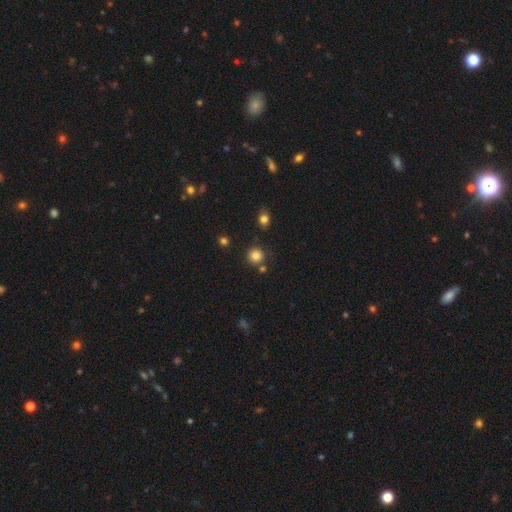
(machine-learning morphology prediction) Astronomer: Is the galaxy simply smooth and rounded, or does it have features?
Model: smooth — 83%.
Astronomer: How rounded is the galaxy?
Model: round — 92%.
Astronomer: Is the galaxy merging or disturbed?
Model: none — 82%.